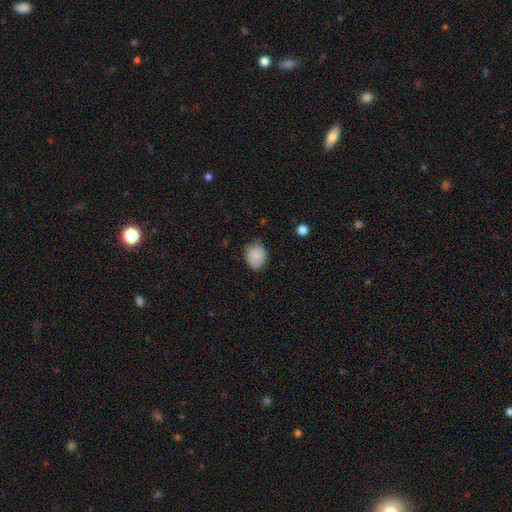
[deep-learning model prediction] smooth-or-featured: smooth: 85% | star or artifact: 8% | featured or disk: 7%
  how-rounded: in between: 52% | round: 47% | cigar-shaped: 1%
  merging: none: 71% | minor disturbance: 24% | major disturbance: 4% | merger: 1%